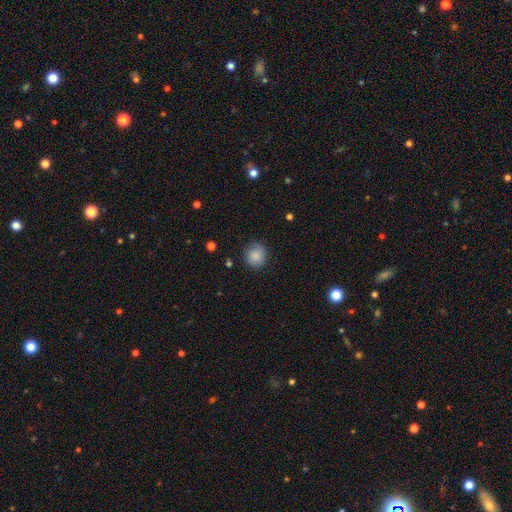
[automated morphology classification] smooth_or_featured: smooth (p=0.84) [alt: star or artifact p=0.09]
how_rounded: round (p=0.86) [alt: in between p=0.13]
merging: none (p=0.82) [alt: minor disturbance p=0.13]